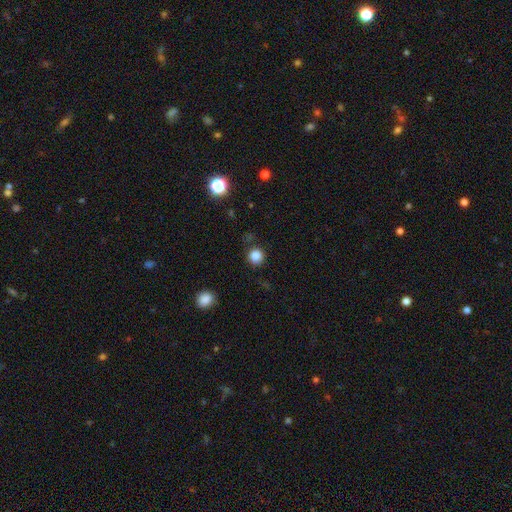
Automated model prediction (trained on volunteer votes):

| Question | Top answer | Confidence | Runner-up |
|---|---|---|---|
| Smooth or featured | smooth | 83% | star or artifact (13%) |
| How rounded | round | 92% | in between (7%) |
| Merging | none | 85% | minor disturbance (10%) |